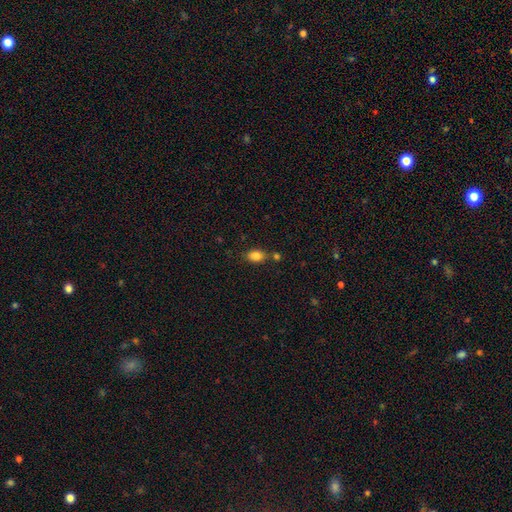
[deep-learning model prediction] smooth-or-featured: smooth: 85% | star or artifact: 10% | featured or disk: 5%
  how-rounded: in between: 83% | round: 14% | cigar-shaped: 2%
  merging: none: 67% | merger: 15% | minor disturbance: 14% | major disturbance: 4%